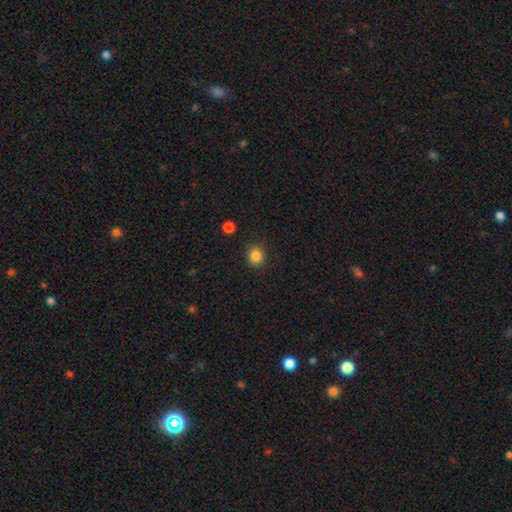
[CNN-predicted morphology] Overall: smooth (85%). How rounded: round (81%). Merging: none (89%).